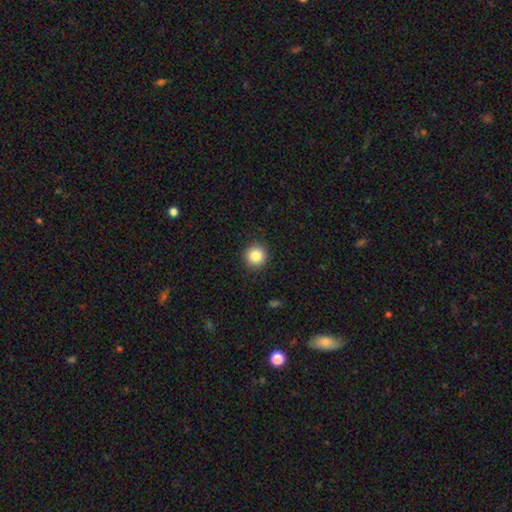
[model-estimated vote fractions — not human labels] This is clearly a smooth galaxy (85%). How rounded: clearly round (94%). Merging: clearly none (91%).